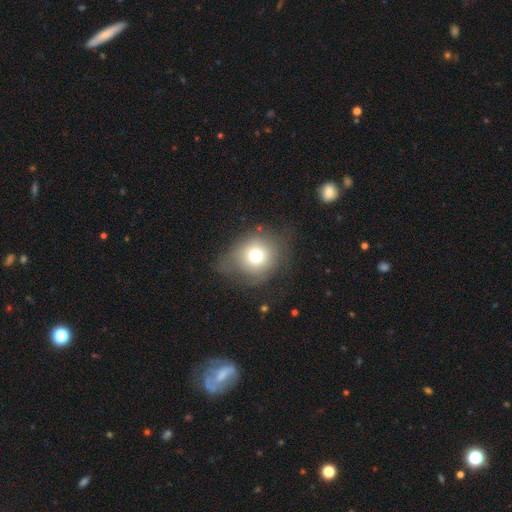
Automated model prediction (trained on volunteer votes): Q: Smooth or featured?
A: smooth (71%); runner-up: featured or disk (17%)
Q: How rounded?
A: round (81%); runner-up: in between (18%)
Q: Merging?
A: none (60%); runner-up: minor disturbance (24%)